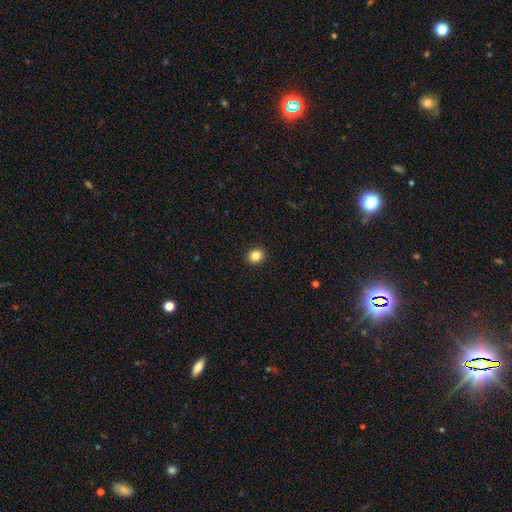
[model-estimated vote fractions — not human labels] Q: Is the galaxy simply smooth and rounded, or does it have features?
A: smooth — 84%.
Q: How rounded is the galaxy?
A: round — 83%.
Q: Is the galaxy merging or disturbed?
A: none — 93%.